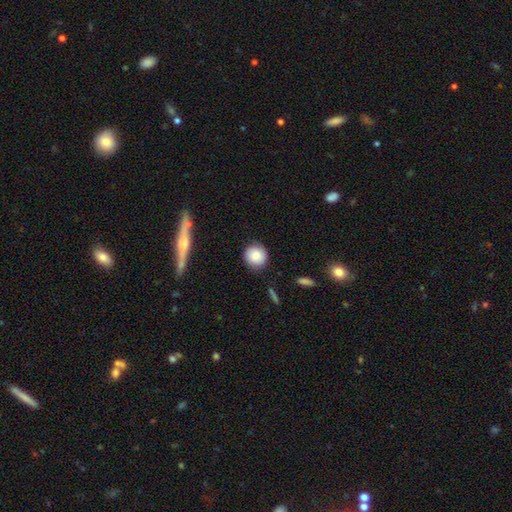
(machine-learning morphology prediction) Smooth or featured?
  - smooth: 83% *
  - featured or disk: 9%
  - star or artifact: 8%
How rounded?
  - round: 90% *
  - in between: 9%
  - cigar-shaped: 1%
Merging?
  - none: 85% *
  - minor disturbance: 10%
  - major disturbance: 2%
  - merger: 2%